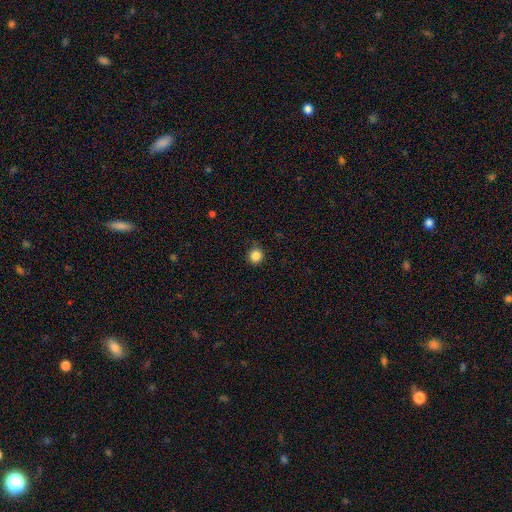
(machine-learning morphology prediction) A smooth galaxy with no disk features (86%) that is round (90%). Merging: none (83%).